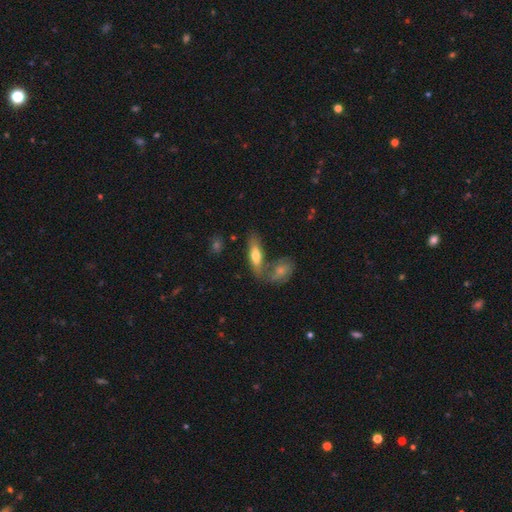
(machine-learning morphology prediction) This is likely a smooth galaxy (62%). How rounded: possibly in between (54%). Merging: possibly none (50%).